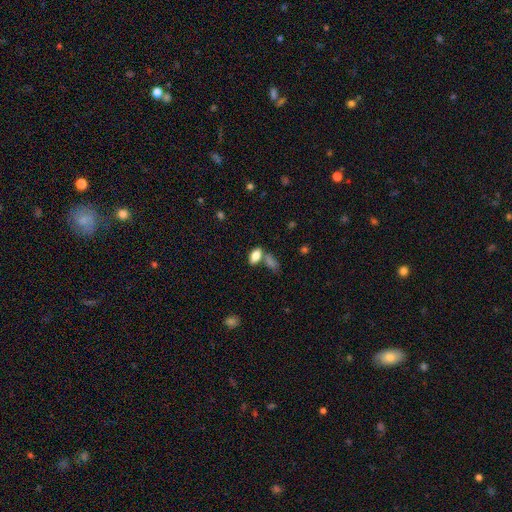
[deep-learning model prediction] This is clearly a smooth galaxy (82%). How rounded: clearly in between (90%). Merging: possibly none (52%).